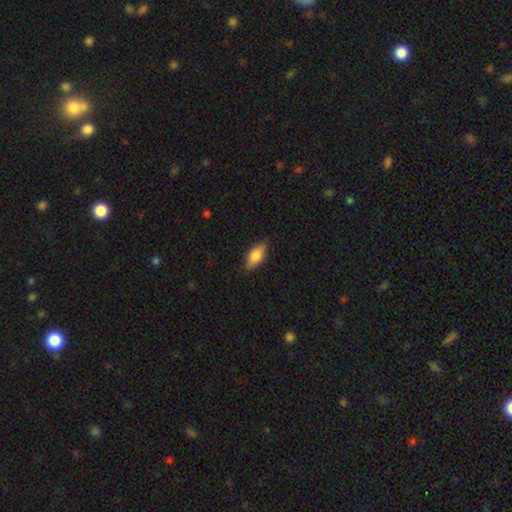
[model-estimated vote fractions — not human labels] smooth_or_featured: smooth (p=0.73) [alt: featured or disk p=0.20]
how_rounded: in between (p=0.81) [alt: cigar-shaped p=0.15]
merging: none (p=0.83) [alt: minor disturbance p=0.13]